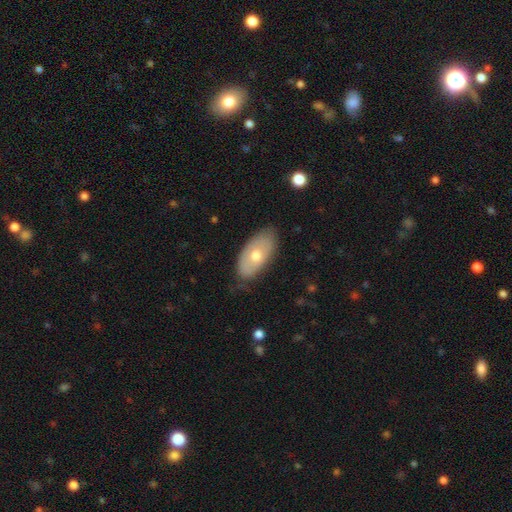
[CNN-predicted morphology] Q: Smooth or featured?
A: smooth (59%); runner-up: featured or disk (35%)
Q: How rounded?
A: in between (93%); runner-up: round (4%)
Q: Merging?
A: none (74%); runner-up: minor disturbance (21%)